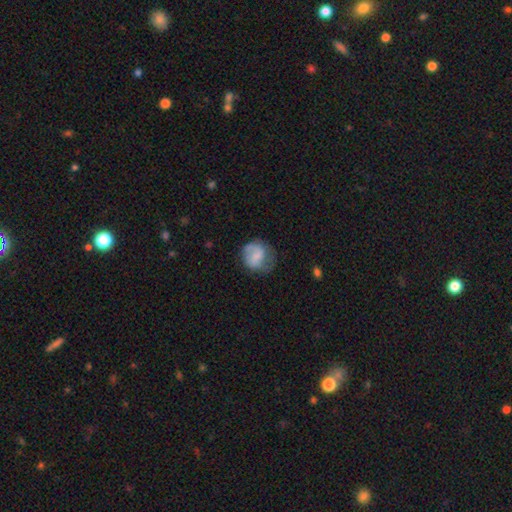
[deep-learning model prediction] Smooth or featured?
  - smooth: 60% *
  - featured or disk: 32%
  - star or artifact: 8%
How rounded?
  - round: 78% *
  - in between: 21%
  - cigar-shaped: 1%
Merging?
  - none: 51% *
  - minor disturbance: 28%
  - major disturbance: 19%
  - merger: 2%